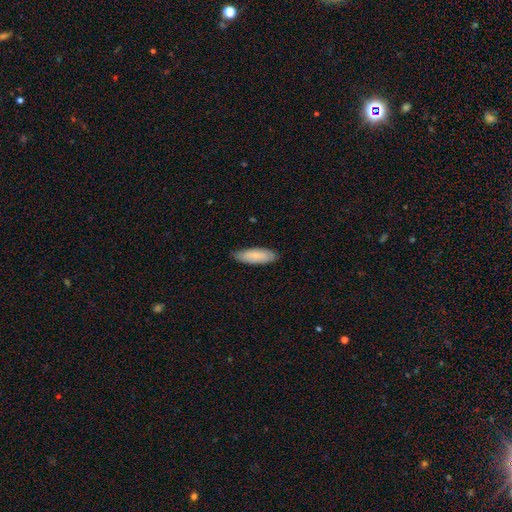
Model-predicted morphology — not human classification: The model was most divided on "how rounded": in between: 60%, cigar-shaped: 39%, round: 1%. More confident: merging — none (82%); smooth or featured — smooth (80%).